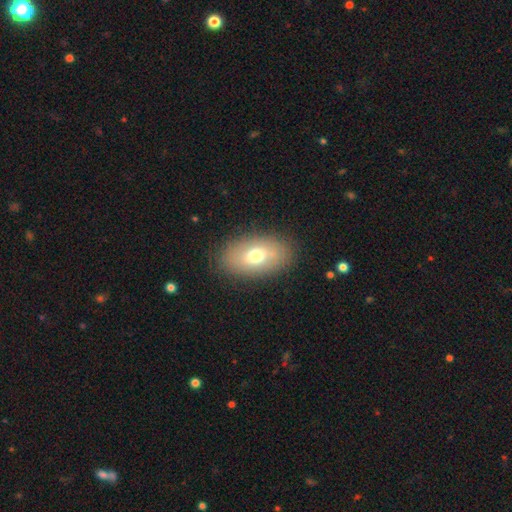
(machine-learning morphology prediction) This appears to be a smooth galaxy with no disk features (67%) that is in between round and cigar-shaped (89%). Merging: none (84%).